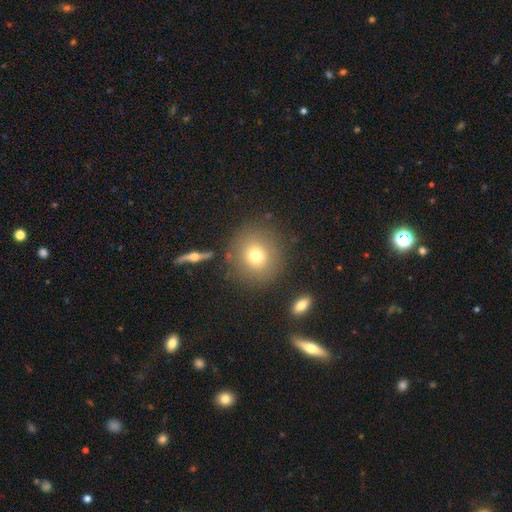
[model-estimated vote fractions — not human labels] Smooth or featured?
  - smooth: 73% *
  - featured or disk: 14%
  - star or artifact: 13%
How rounded?
  - round: 86% *
  - in between: 13%
  - cigar-shaped: 1%
Merging?
  - none: 83% *
  - minor disturbance: 9%
  - major disturbance: 4%
  - merger: 4%